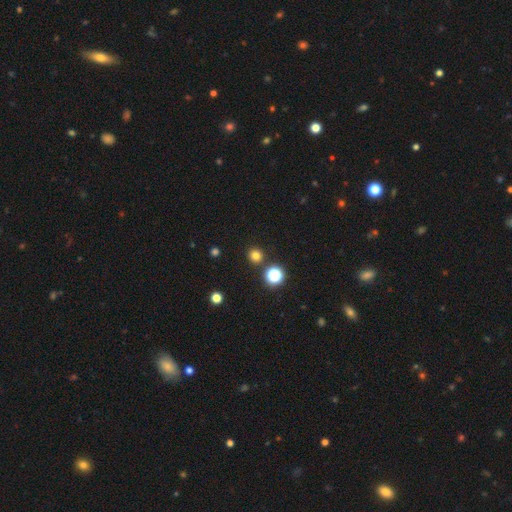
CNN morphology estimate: Overall: smooth (76%). How rounded: round (94%). Merging: none (88%).